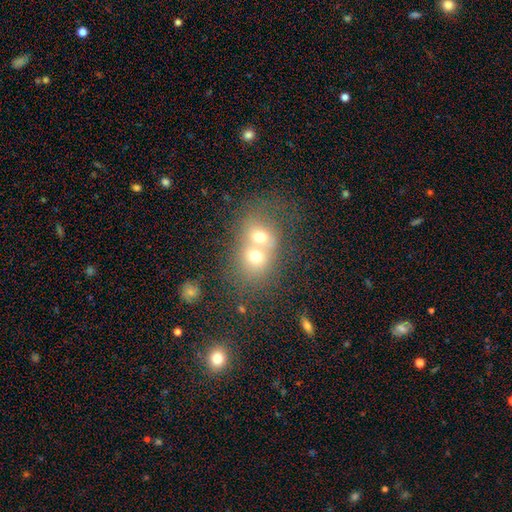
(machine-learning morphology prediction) smooth 54%, featured or disk 30%, star or artifact 16%. Down the decision tree: how rounded — round (62%); merging — merger (74%).